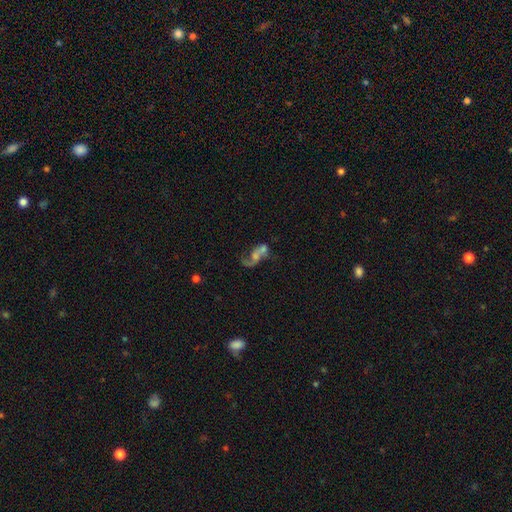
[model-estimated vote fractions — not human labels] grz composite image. It shows a featured or disk galaxy (61%) with no bar (69%), spiral arms (67%) and no central bulge (31%). Merging: merger (48%).